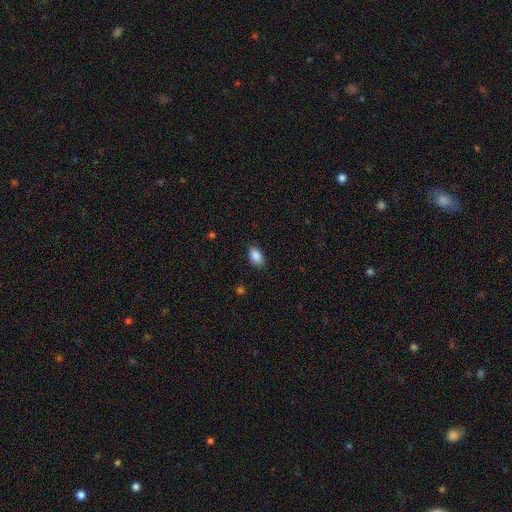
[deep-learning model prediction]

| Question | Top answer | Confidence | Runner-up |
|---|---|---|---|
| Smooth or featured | smooth | 89% | star or artifact (8%) |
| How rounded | in between | 91% | round (7%) |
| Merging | none | 86% | minor disturbance (10%) |